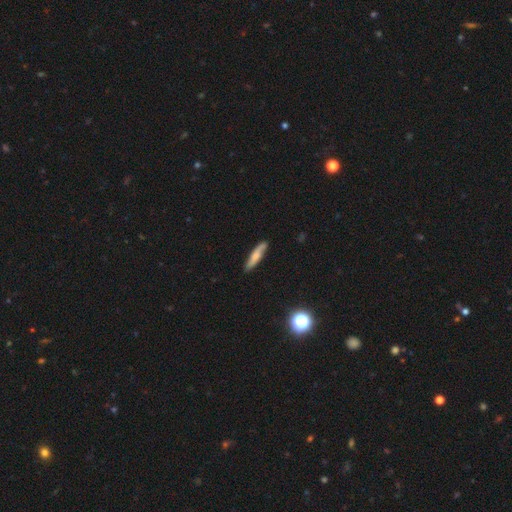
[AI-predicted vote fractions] This is possibly a smooth galaxy (58%). How rounded: clearly cigar-shaped (82%). Merging: clearly none (83%).